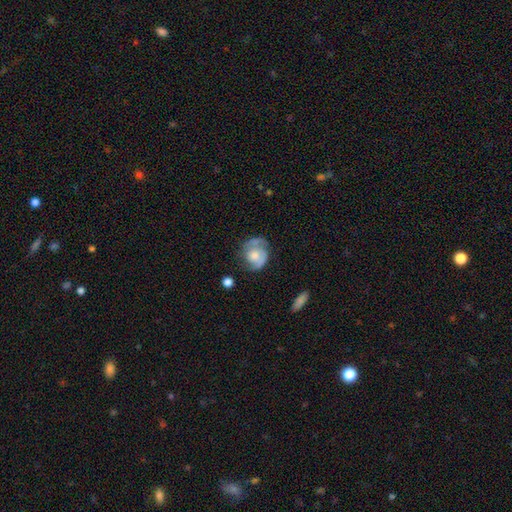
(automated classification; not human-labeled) This appears to be a featured or disk galaxy (63%) with no bar (74%), 2 (66%) medium (42%) spiral arms (84%) and a moderate central bulge (48%). Merging: none (55%).